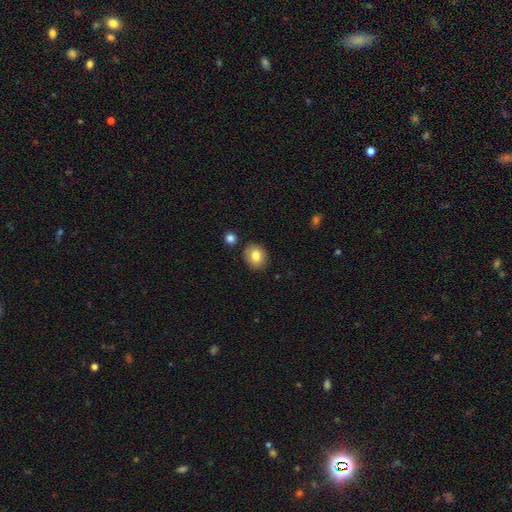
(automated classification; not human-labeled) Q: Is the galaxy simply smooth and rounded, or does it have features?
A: smooth — 82%.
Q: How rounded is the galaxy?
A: round — 59%.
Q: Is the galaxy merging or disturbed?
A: none — 85%.